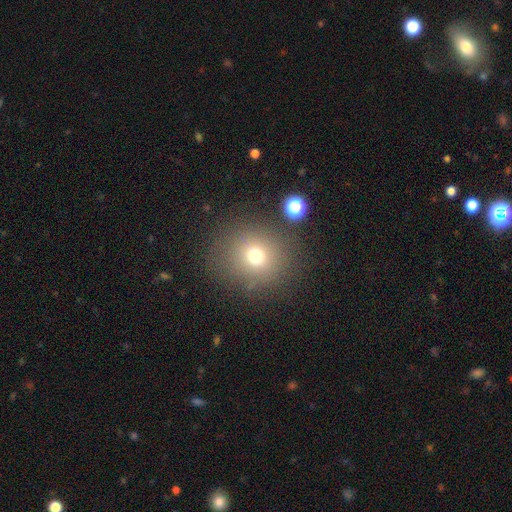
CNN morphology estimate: This appears to be a smooth galaxy with no disk features (71%) that is round (85%). Merging: none (80%).